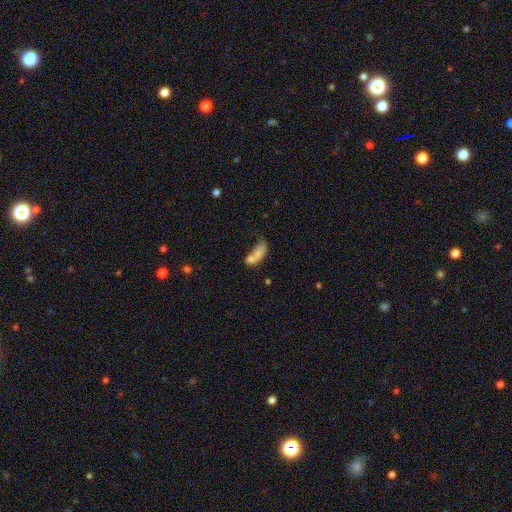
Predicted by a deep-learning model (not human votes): Smooth or featured? Predicted: smooth (p=0.67). How rounded? Predicted: in between (p=0.77). Merging? Predicted: merger (p=0.53).